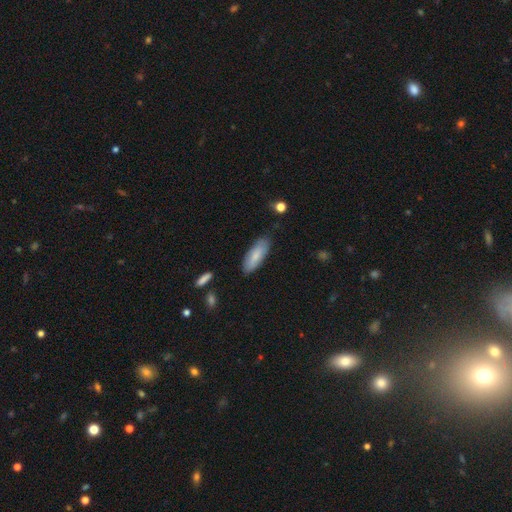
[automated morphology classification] smooth 77%, featured or disk 17%, star or artifact 6%. Down the decision tree: how rounded — in between (68%); merging — none (81%).